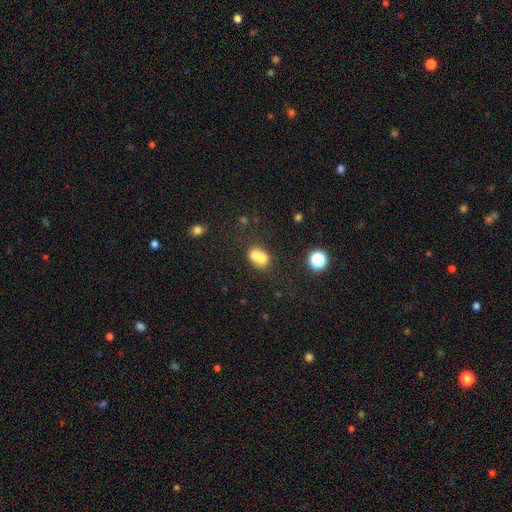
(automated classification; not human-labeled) Smooth or featured? smooth (69%)
How rounded? in between (52%)
Merging? merger (59%)